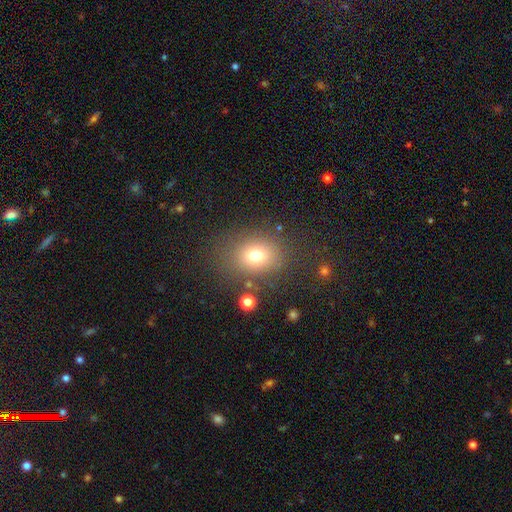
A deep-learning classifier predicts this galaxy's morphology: The model was most divided on "how rounded": round: 56%, in between: 43%, cigar-shaped: 1%. More confident: merging — none (78%); smooth or featured — smooth (73%).